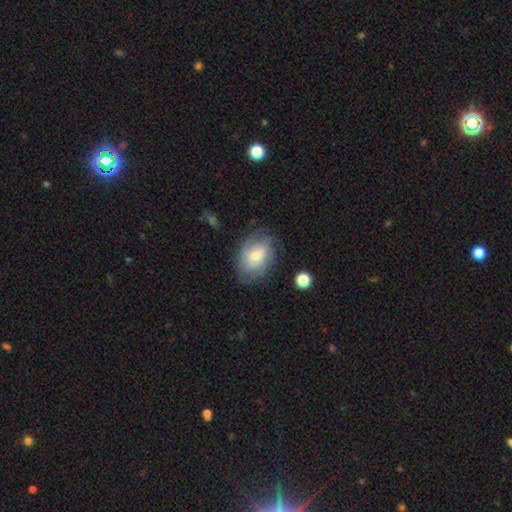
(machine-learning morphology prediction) Smooth or featured: smooth — 55% (featured or disk — 37%)
How rounded: in between — 77% (round — 22%)
Merging: none — 70% (minor disturbance — 21%)